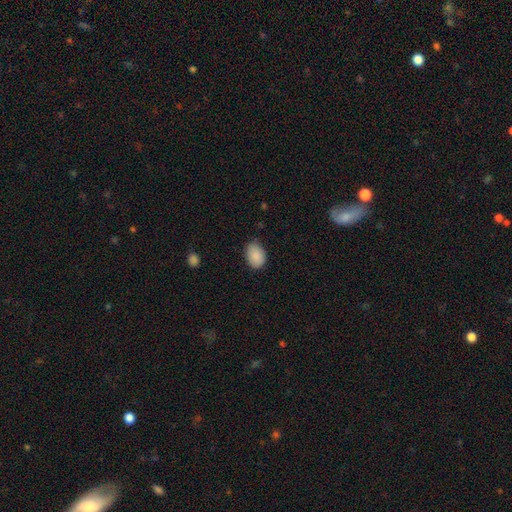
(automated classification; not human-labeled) Morphology: type=smooth (89%); roundness=in between (80%); merging=none (76%).